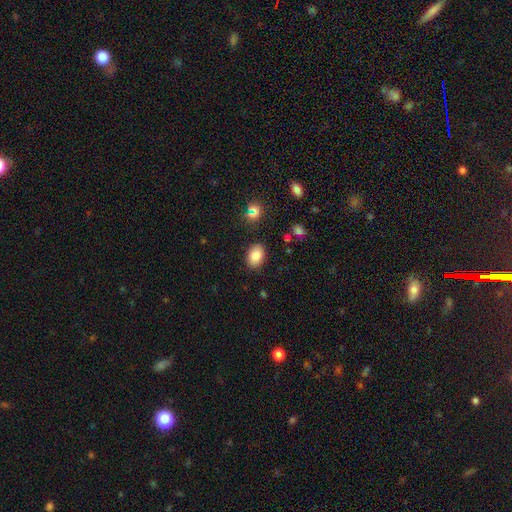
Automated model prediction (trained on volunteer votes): smooth-or-featured: smooth: 83% | star or artifact: 10% | featured or disk: 7%
  how-rounded: in between: 79% | round: 20% | cigar-shaped: 1%
  merging: none: 86% | minor disturbance: 10% | major disturbance: 3% | merger: 2%